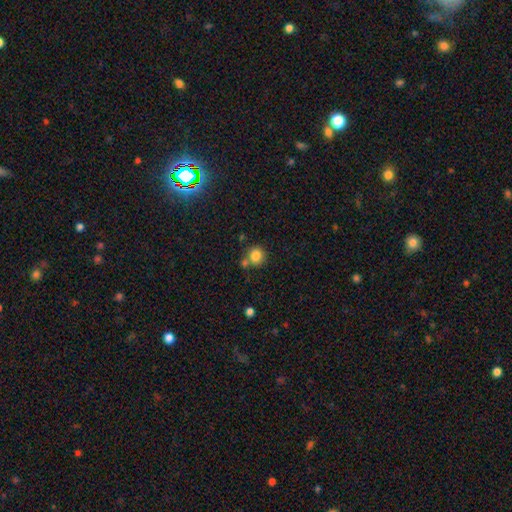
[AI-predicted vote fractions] Smooth or featured?
  - smooth: 82% *
  - star or artifact: 11%
  - featured or disk: 7%
How rounded?
  - round: 87% *
  - in between: 12%
  - cigar-shaped: 1%
Merging?
  - none: 65% *
  - merger: 21%
  - minor disturbance: 11%
  - major disturbance: 3%